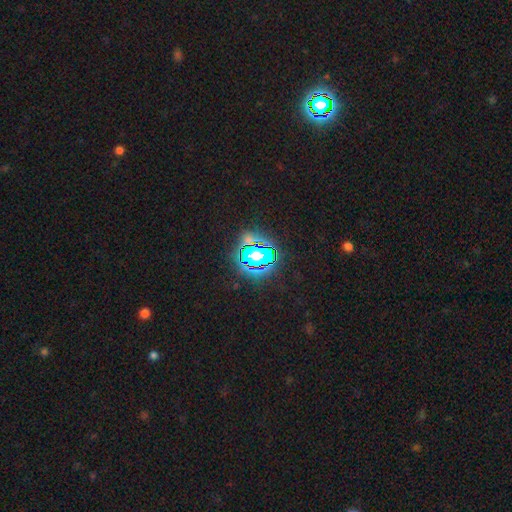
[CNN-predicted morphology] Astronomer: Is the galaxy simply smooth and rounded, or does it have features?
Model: star or artifact — 63%.